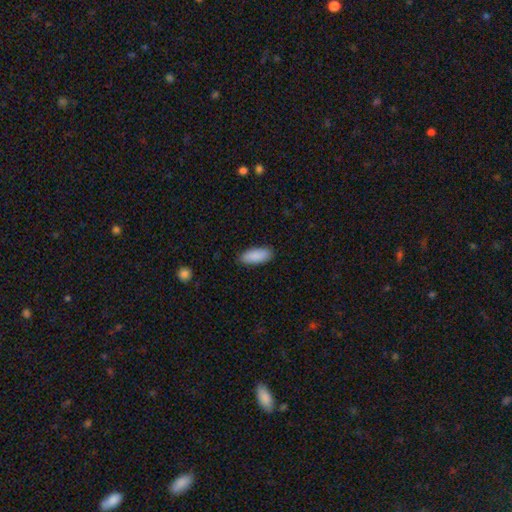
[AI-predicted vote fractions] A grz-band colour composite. It shows a smooth galaxy with no disk features (90%) that is in between round and cigar-shaped (82%). Merging: none (88%).